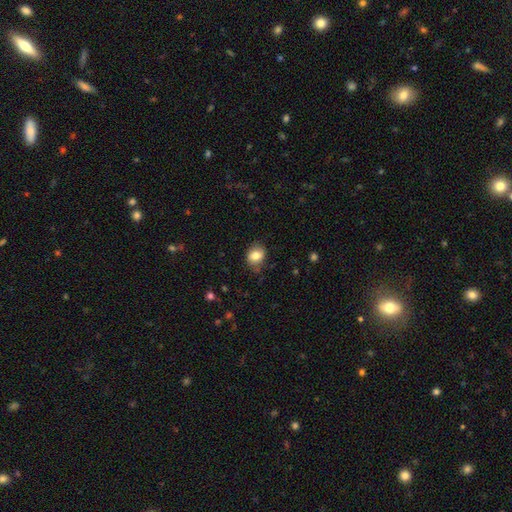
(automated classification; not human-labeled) A smooth galaxy with no disk features (81%) that is round (55%).

Vote fractions:
- Smooth or featured? smooth: 81% / featured or disk: 10% / star or artifact: 9%
- How rounded? round: 55% / in between: 44% / cigar-shaped: 1%
- Merging? none: 79% / minor disturbance: 16% / major disturbance: 4% / merger: 2%